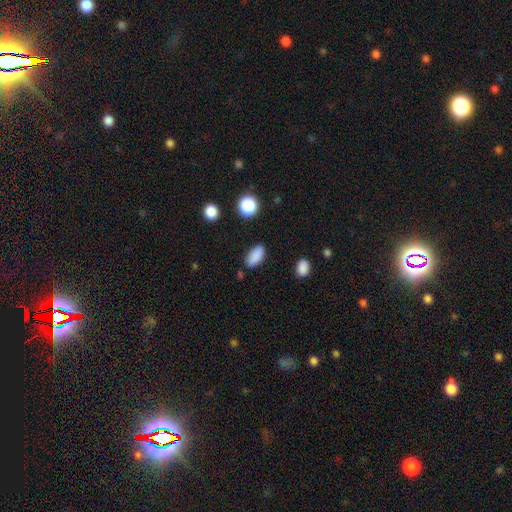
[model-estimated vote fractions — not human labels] This appears to be a smooth galaxy with no disk features (87%) that is in between round and cigar-shaped (90%). Merging: none (84%).